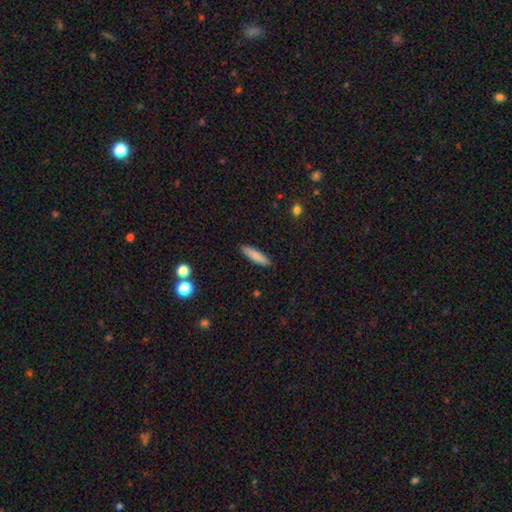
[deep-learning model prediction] A smooth galaxy with no disk features (84%) that is cigar-shaped (79%).

Vote fractions:
- Smooth or featured? smooth: 84% / featured or disk: 10% / star or artifact: 6%
- How rounded? cigar-shaped: 79% / in between: 19% / round: 1%
- Merging? none: 90% / minor disturbance: 8% / major disturbance: 2% / merger: 1%